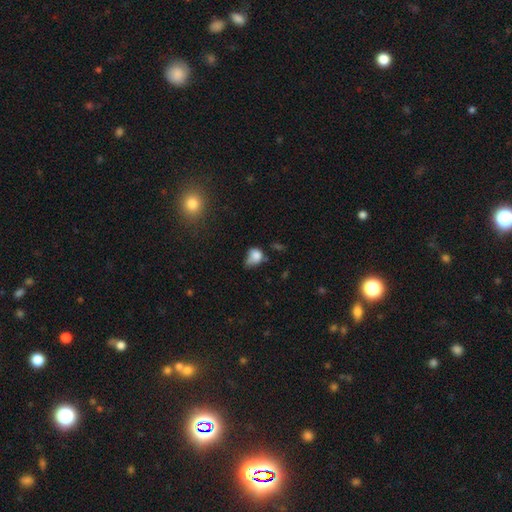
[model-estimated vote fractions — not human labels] smooth_or_featured: smooth (p=0.74) [alt: featured or disk p=0.14]
how_rounded: in between (p=0.56) [alt: round p=0.42]
merging: minor disturbance (p=0.37) [alt: major disturbance p=0.26]